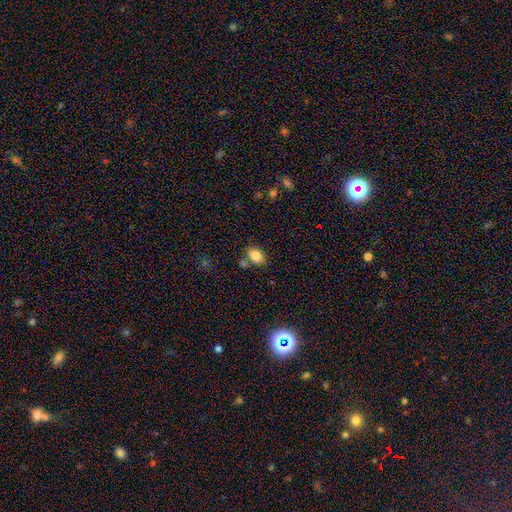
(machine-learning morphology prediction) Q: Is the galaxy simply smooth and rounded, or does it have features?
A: smooth — 84%.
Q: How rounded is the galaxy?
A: in between — 83%.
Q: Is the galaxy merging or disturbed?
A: none — 70%.